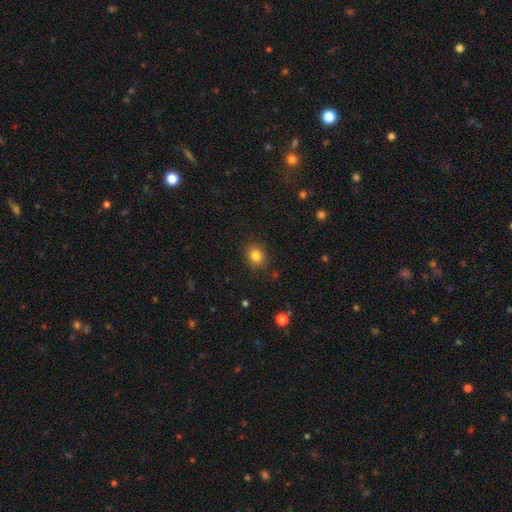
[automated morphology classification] Q: Smooth or featured?
A: smooth (83%); runner-up: star or artifact (11%)
Q: How rounded?
A: round (60%); runner-up: in between (39%)
Q: Merging?
A: none (86%); runner-up: minor disturbance (10%)